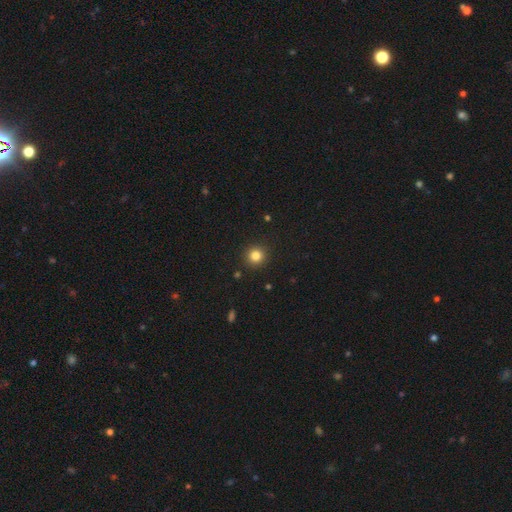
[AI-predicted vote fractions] Q: Smooth or featured?
A: smooth (83%); runner-up: star or artifact (12%)
Q: How rounded?
A: round (94%); runner-up: in between (5%)
Q: Merging?
A: none (92%); runner-up: minor disturbance (5%)